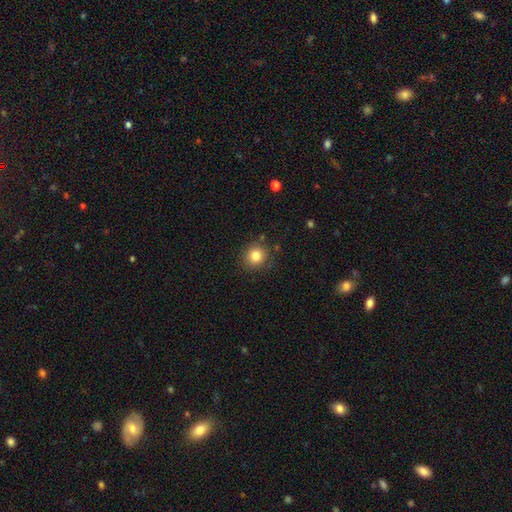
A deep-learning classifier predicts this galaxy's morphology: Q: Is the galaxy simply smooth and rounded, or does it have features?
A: smooth — 82%.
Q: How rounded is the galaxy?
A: round — 88%.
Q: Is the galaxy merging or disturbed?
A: none — 86%.